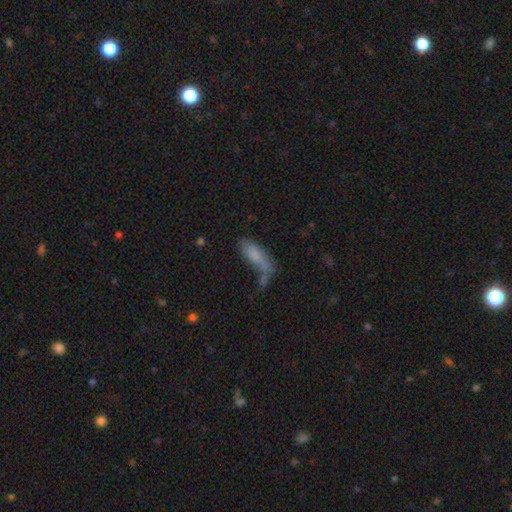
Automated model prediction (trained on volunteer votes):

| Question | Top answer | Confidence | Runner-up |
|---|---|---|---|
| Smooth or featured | smooth | 78% | featured or disk (13%) |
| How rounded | in between | 64% | cigar-shaped (33%) |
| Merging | none | 41% | merger (23%) |